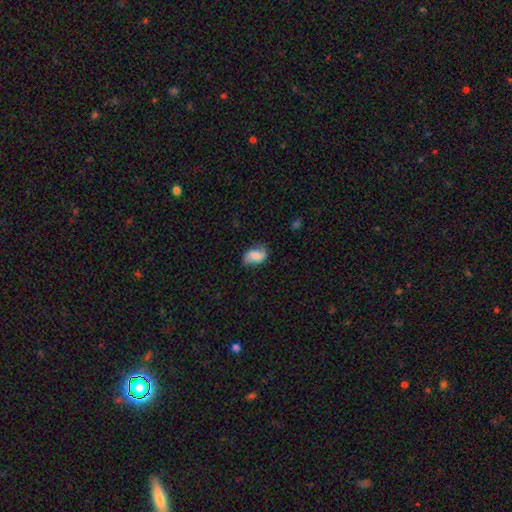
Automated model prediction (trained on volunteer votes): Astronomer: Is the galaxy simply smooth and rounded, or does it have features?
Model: smooth — 52% (runner-up: featured or disk, 40%).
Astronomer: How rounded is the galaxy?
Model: in between — 87%.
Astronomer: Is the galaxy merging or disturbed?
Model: none — 69%.